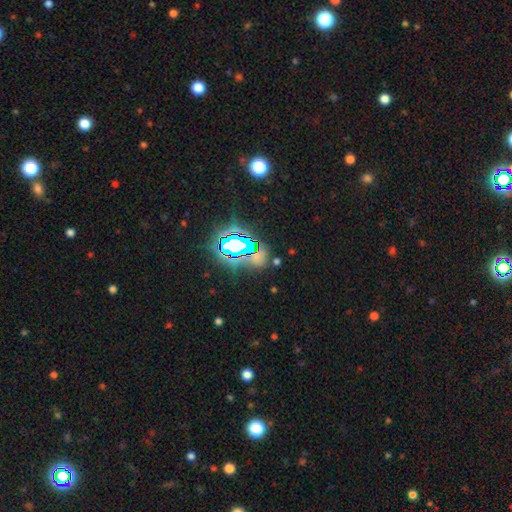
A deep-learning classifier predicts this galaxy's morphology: The model was most divided on "smooth or featured": star or artifact: 67%, smooth: 23%, featured or disk: 10%.